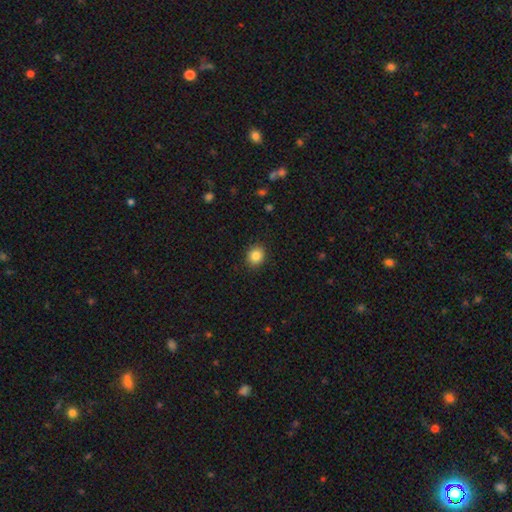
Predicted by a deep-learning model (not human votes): This is clearly a smooth galaxy (85%). How rounded: likely round (71%). Merging: clearly none (90%).